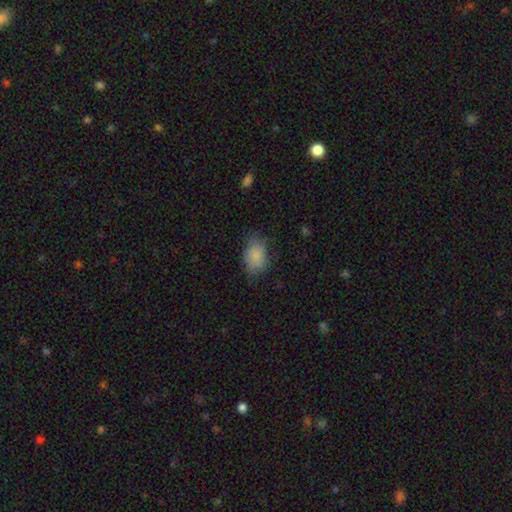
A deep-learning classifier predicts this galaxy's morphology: type=smooth (84%); roundness=in between (83%); merging=none (65%).